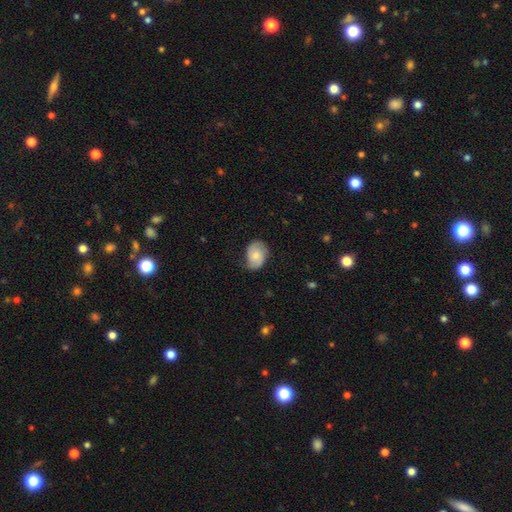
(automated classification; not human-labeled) Morphology: type=smooth (54%); roundness=in between (74%); merging=none (67%).